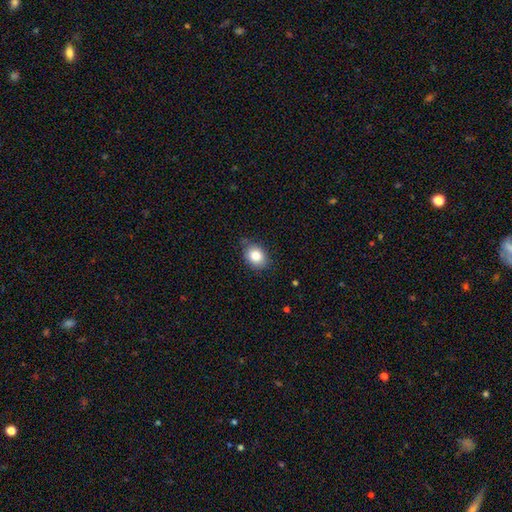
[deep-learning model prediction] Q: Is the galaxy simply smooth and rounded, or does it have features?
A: smooth — 83%.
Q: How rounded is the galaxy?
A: in between — 62%.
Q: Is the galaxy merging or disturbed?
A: none — 73%.